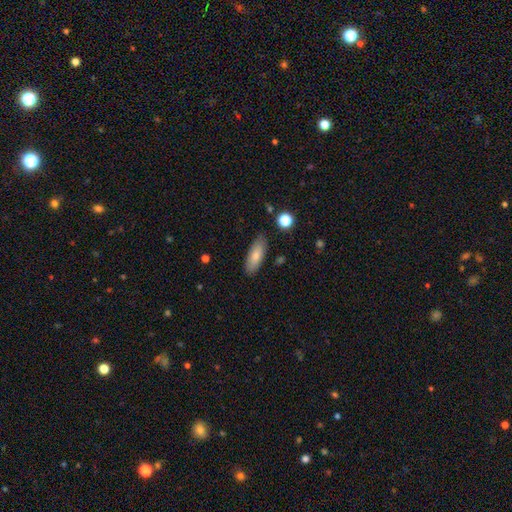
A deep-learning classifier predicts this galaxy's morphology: smooth 79%, featured or disk 14%, star or artifact 7%. Down the decision tree: how rounded — in between (68%); merging — none (83%).